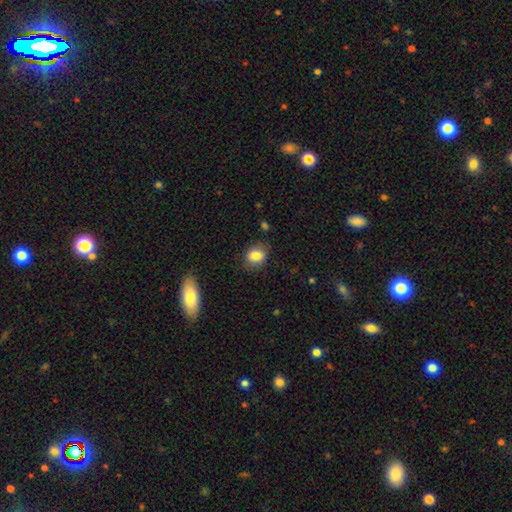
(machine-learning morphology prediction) Smooth or featured? smooth (84%)
How rounded? round (50%)
Merging? none (82%)